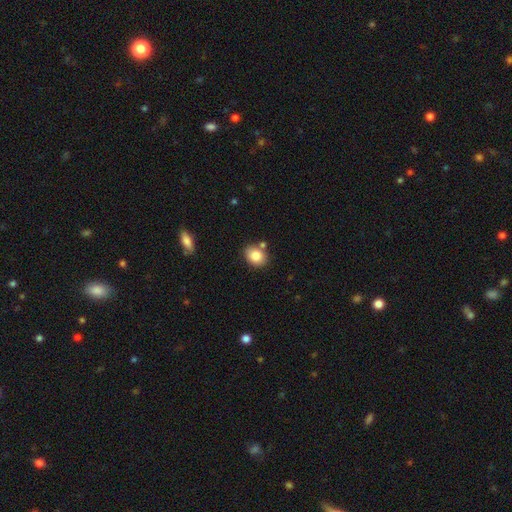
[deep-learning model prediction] Smooth or featured? smooth (84%)
How rounded? in between (60%)
Merging? none (73%)